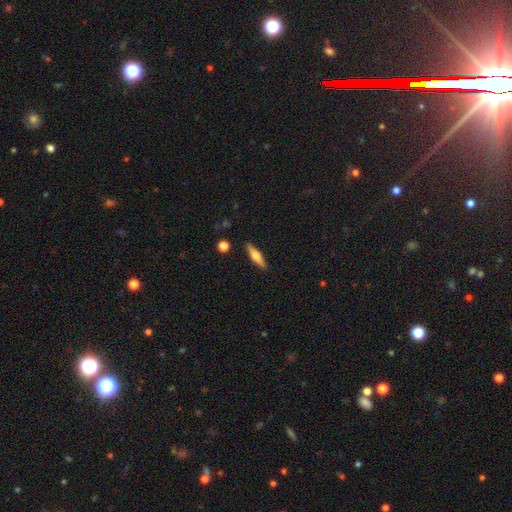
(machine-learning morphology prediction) type=smooth (51%); roundness=cigar-shaped (72%); merging=none (88%).